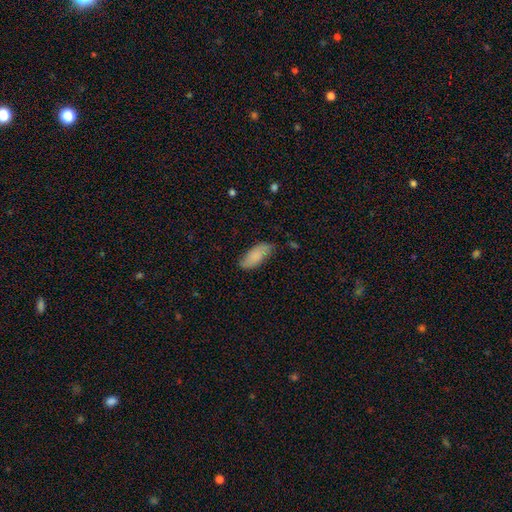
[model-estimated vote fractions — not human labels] smooth_or_featured: smooth (p=0.80) [alt: featured or disk p=0.13]
how_rounded: in between (p=0.80) [alt: cigar-shaped p=0.18]
merging: none (p=0.74) [alt: minor disturbance p=0.21]